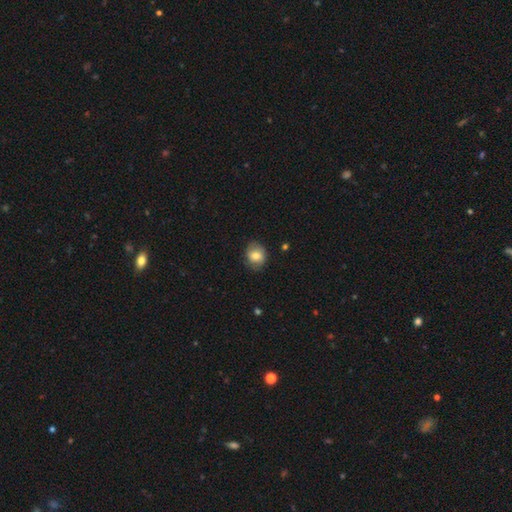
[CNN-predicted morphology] This appears to be a smooth galaxy with no disk features (74%) that is round (59%). Merging: none (76%).